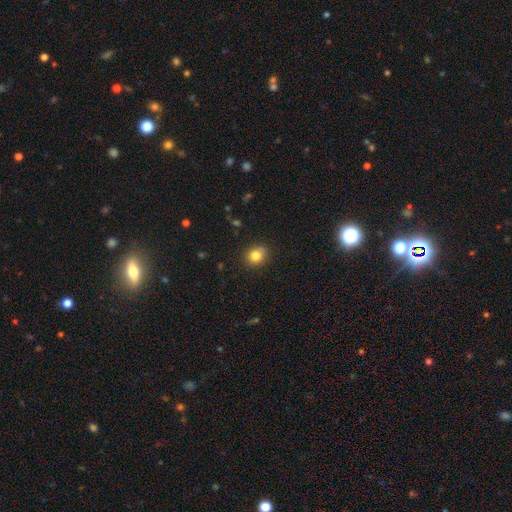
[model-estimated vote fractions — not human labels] smooth_or_featured: smooth (p=0.81) [alt: star or artifact p=0.11]
how_rounded: round (p=0.73) [alt: in between p=0.27]
merging: none (p=0.80) [alt: minor disturbance p=0.13]